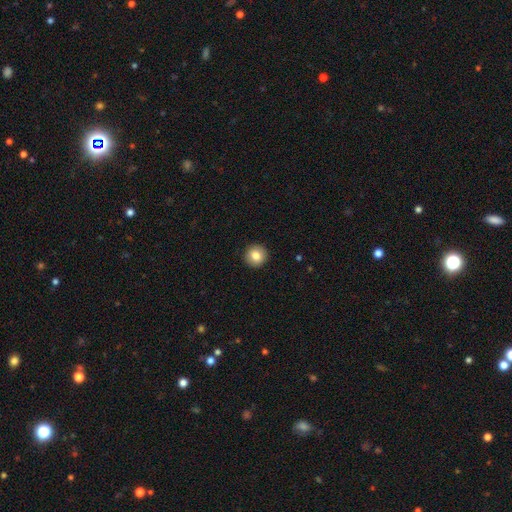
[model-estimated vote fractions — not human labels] A smooth galaxy with no disk features (82%) that is round (94%).

Vote fractions:
- Smooth or featured? smooth: 82% / featured or disk: 9% / star or artifact: 8%
- How rounded? round: 94% / in between: 5% / cigar-shaped: 1%
- Merging? none: 93% / minor disturbance: 5% / major disturbance: 2% / merger: 1%